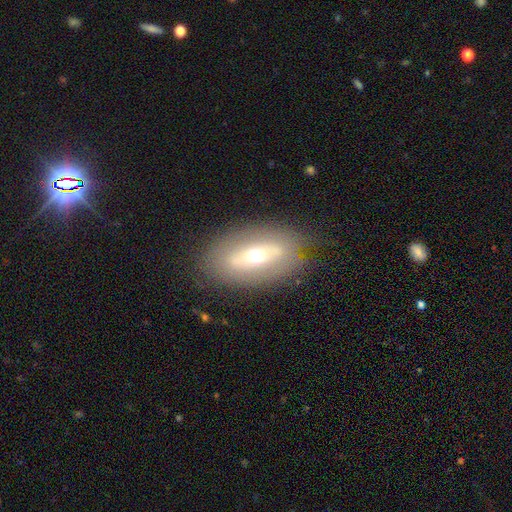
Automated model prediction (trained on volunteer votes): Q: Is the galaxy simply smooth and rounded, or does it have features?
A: featured or disk — 50%.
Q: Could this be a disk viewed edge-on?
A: no — 78%.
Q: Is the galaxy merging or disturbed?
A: none — 77%.